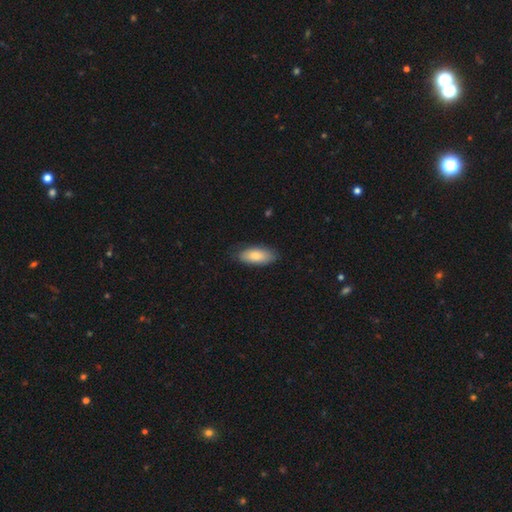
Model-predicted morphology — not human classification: smooth_or_featured: smooth (p=0.81) [alt: featured or disk p=0.14]
how_rounded: in between (p=0.86) [alt: cigar-shaped p=0.11]
merging: none (p=0.79) [alt: minor disturbance p=0.17]